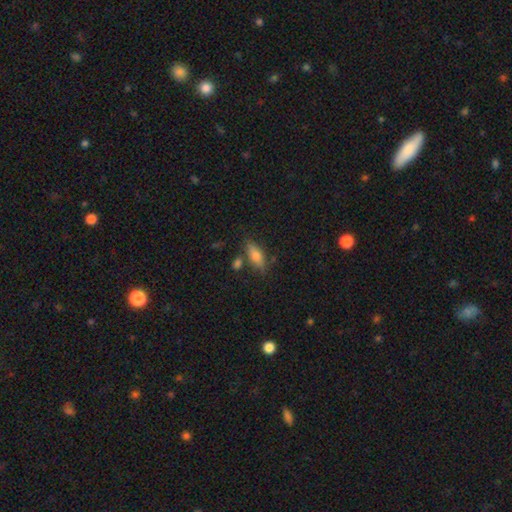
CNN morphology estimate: smooth-or-featured: smooth: 72% | featured or disk: 20% | star or artifact: 8%
  how-rounded: in between: 69% | cigar-shaped: 28% | round: 3%
  merging: none: 71% | minor disturbance: 16% | merger: 9% | major disturbance: 4%